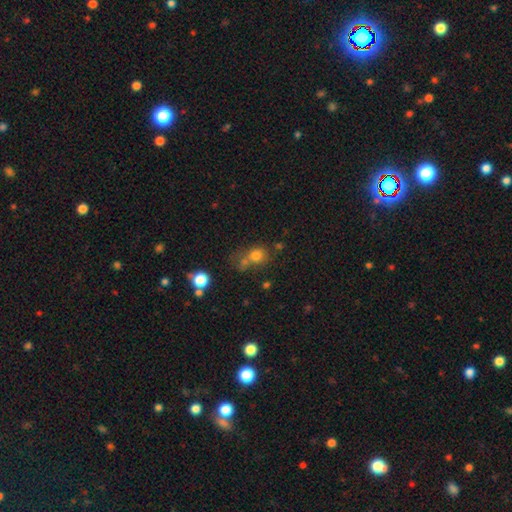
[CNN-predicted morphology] type=smooth (74%); roundness=round (76%); merging=none (47%).